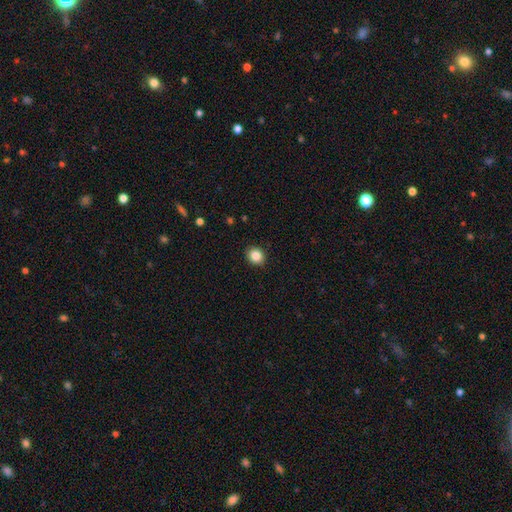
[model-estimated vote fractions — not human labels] smooth_or_featured: smooth (p=0.86) [alt: star or artifact p=0.09]
how_rounded: round (p=0.70) [alt: in between p=0.29]
merging: none (p=0.91) [alt: minor disturbance p=0.06]